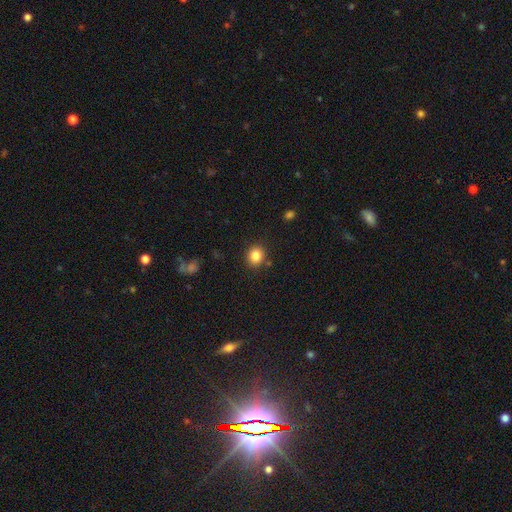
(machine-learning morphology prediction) Smooth or featured? Predicted: smooth (p=0.84). How rounded? Predicted: round (p=0.80). Merging? Predicted: none (p=0.87).